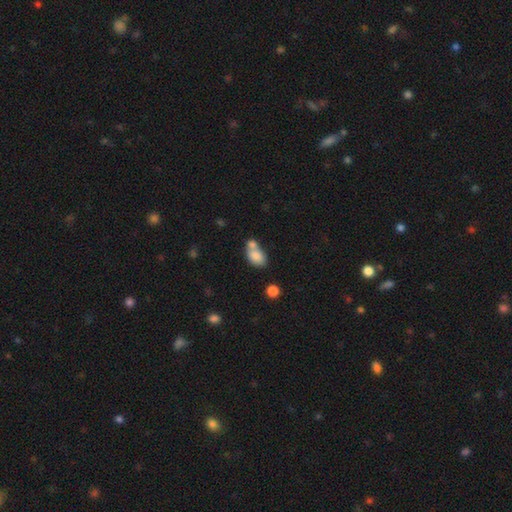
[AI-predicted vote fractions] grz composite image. It shows a smooth galaxy with no disk features (80%) that is in between round and cigar-shaped (82%). Merging: merger (51%).